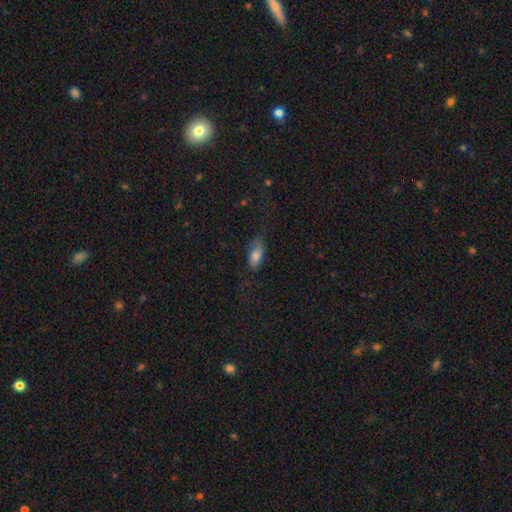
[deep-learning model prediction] The model was most divided on "merging": none: 57%, minor disturbance: 27%, major disturbance: 15%, merger: 2%. More confident: how rounded — in between (84%); smooth or featured — smooth (76%).